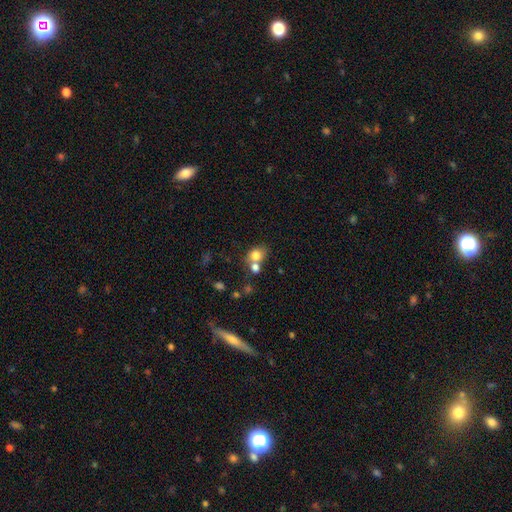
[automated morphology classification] The model was most divided on "merging": merger: 46%, none: 39%, minor disturbance: 10%, major disturbance: 5%. More confident: smooth or featured — smooth (77%); how rounded — round (54%).